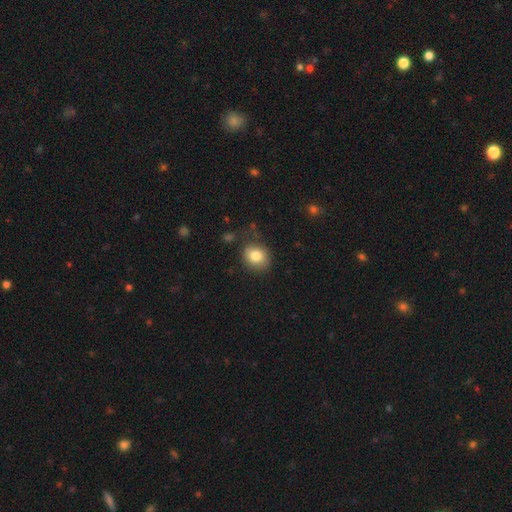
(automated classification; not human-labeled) A smooth galaxy with no disk features (81%) that is round (64%). Merging: none (75%).